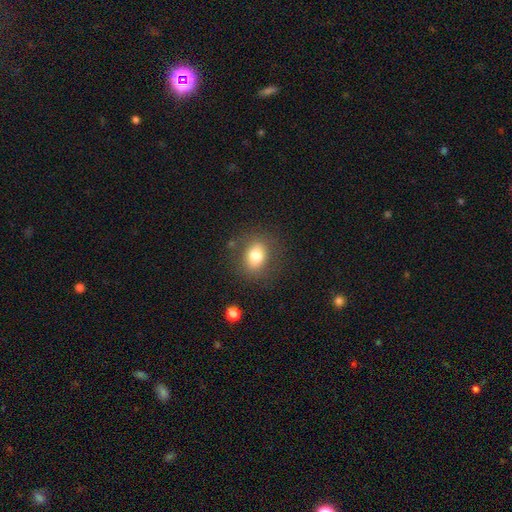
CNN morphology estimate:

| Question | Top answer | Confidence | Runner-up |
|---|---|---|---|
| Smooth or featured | smooth | 77% | featured or disk (13%) |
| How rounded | in between | 50% | round (49%) |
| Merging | none | 81% | minor disturbance (12%) |